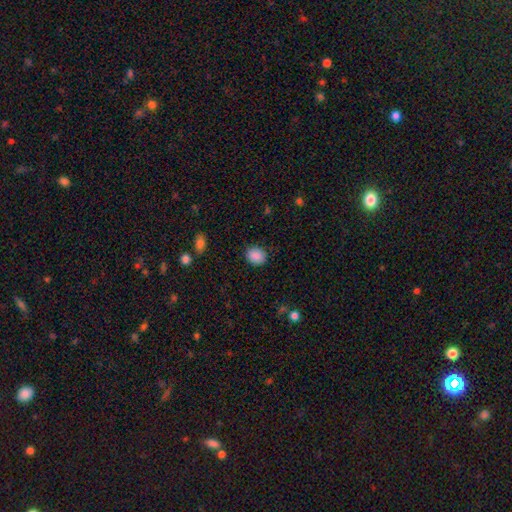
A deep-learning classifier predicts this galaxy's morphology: A smooth galaxy with no disk features (88%) that is round (64%).

Vote fractions:
- Smooth or featured? smooth: 88% / star or artifact: 8% / featured or disk: 3%
- How rounded? round: 64% / in between: 35% / cigar-shaped: 1%
- Merging? none: 87% / minor disturbance: 9% / major disturbance: 3% / merger: 1%